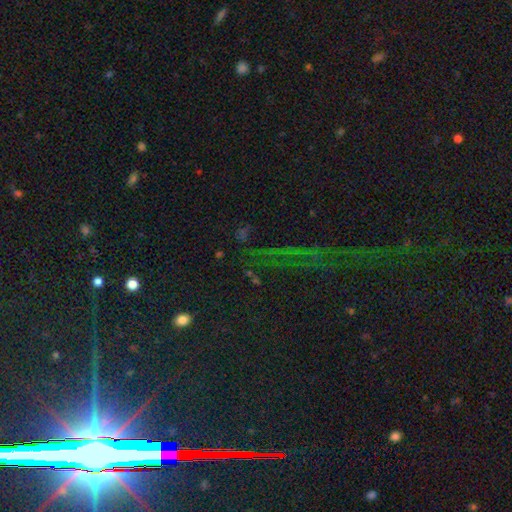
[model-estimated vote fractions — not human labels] Q: Smooth or featured?
A: star or artifact (72%); runner-up: smooth (19%)